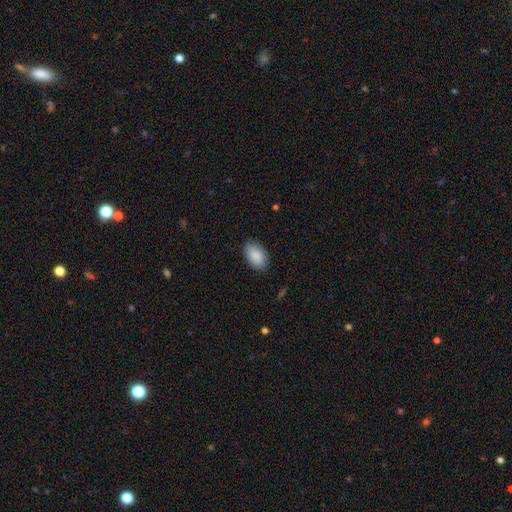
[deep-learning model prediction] Smooth or featured: smooth — 90% (star or artifact — 6%)
How rounded: in between — 92% (round — 7%)
Merging: none — 86% (minor disturbance — 10%)